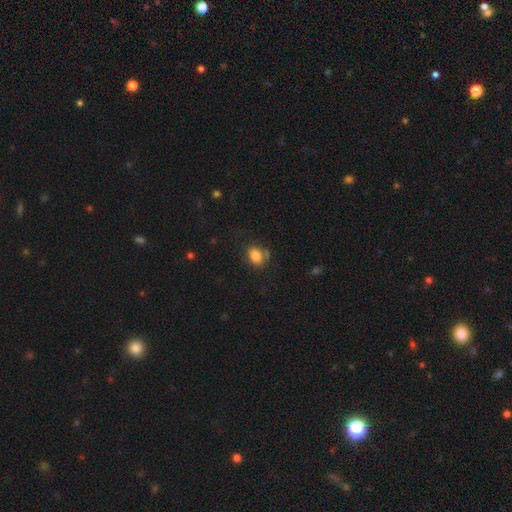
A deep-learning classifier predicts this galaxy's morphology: A smooth galaxy with no disk features (83%) that is in between round and cigar-shaped (58%).

Vote fractions:
- Smooth or featured? smooth: 83% / star or artifact: 10% / featured or disk: 7%
- How rounded? in between: 58% / round: 41% / cigar-shaped: 1%
- Merging? none: 65% / minor disturbance: 19% / merger: 10% / major disturbance: 7%